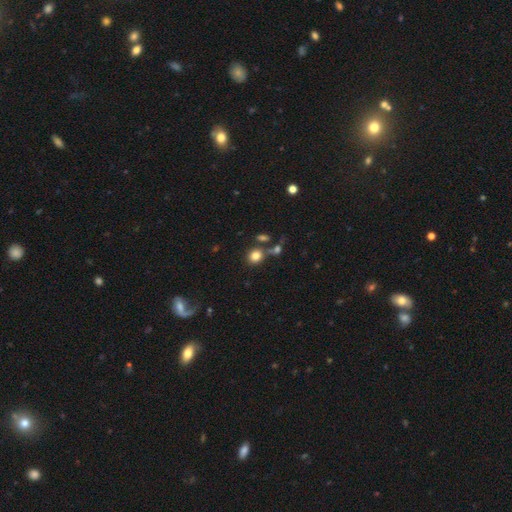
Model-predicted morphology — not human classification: smooth 80%, star or artifact 12%, featured or disk 8%. Down the decision tree: how rounded — round (75%); merging — none (65%).